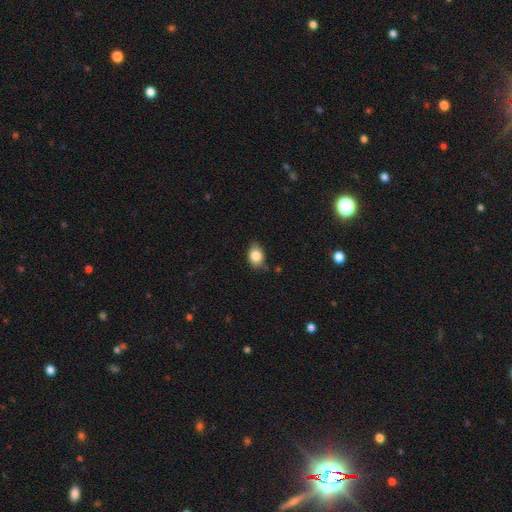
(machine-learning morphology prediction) This is clearly a smooth galaxy (86%). How rounded: likely in between (72%). Merging: likely none (76%).